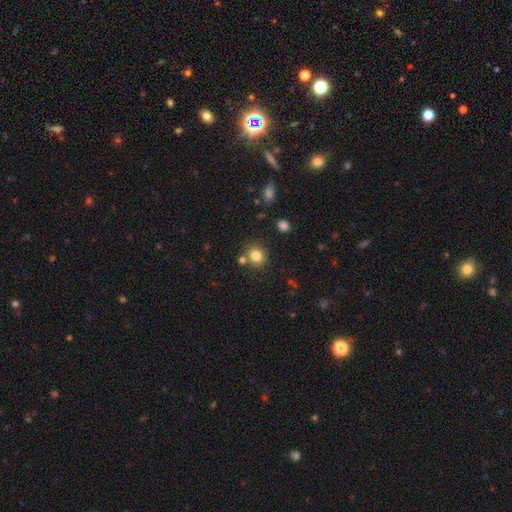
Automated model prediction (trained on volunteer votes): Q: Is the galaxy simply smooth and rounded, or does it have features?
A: smooth — 81%.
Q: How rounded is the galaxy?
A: round — 77%.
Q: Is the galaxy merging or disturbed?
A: none — 76%.